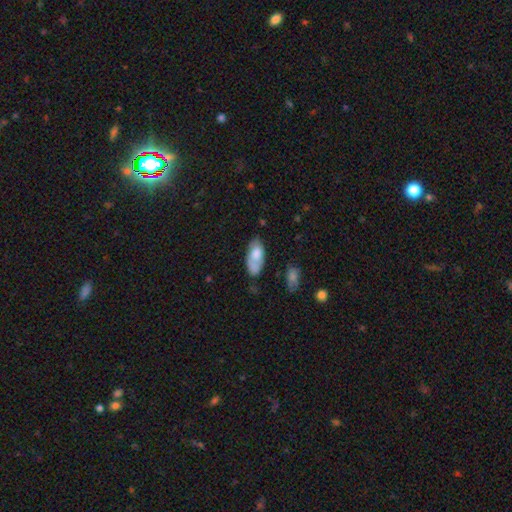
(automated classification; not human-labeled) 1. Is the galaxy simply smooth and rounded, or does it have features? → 71% smooth, 22% featured or disk, 6% star or artifact.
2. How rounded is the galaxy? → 89% in between, 8% cigar-shaped, 3% round.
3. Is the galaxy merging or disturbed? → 55% none, 27% minor disturbance, 10% major disturbance, 8% merger.